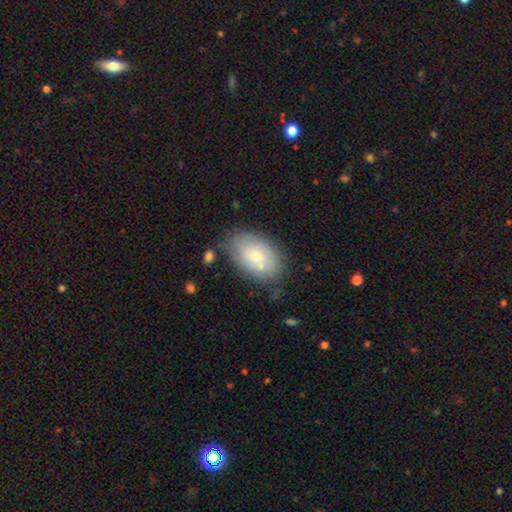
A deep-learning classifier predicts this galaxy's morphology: Overall: smooth (66%; featured or disk 27%). How rounded: in between (89%). Merging: none (66%).